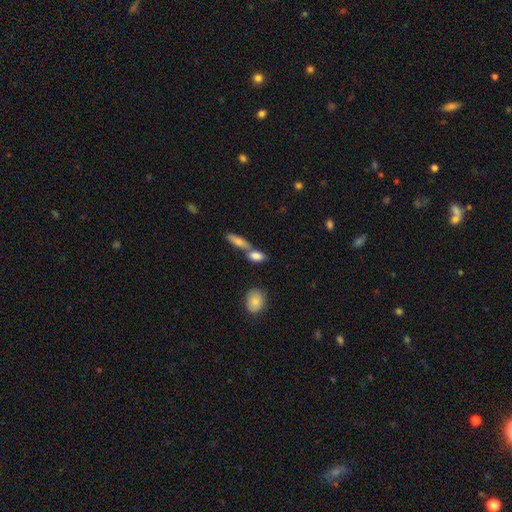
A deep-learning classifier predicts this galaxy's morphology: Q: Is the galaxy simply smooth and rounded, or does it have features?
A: smooth — 80%.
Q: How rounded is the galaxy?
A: in between — 75%.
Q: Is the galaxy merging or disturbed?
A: merger — 44%.